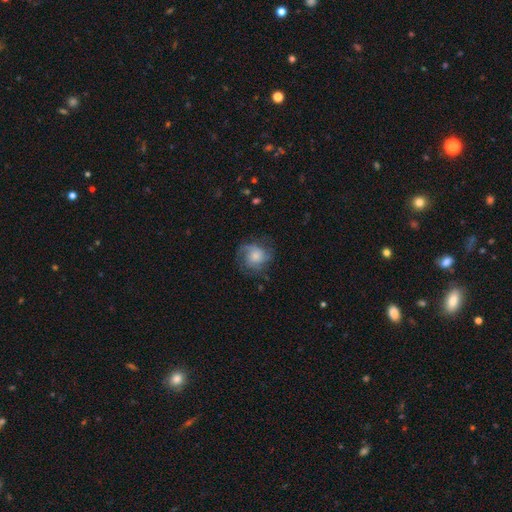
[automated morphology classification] featured or disk 63%, smooth 29%, star or artifact 8%. Down the decision tree: edge-on disk — no (98%); bar — no (74%); spiral arms — yes (91%); spiral arm count — 2 (29%); spiral winding — medium (43%); bulge size — moderate (38%); merging — none (67%).